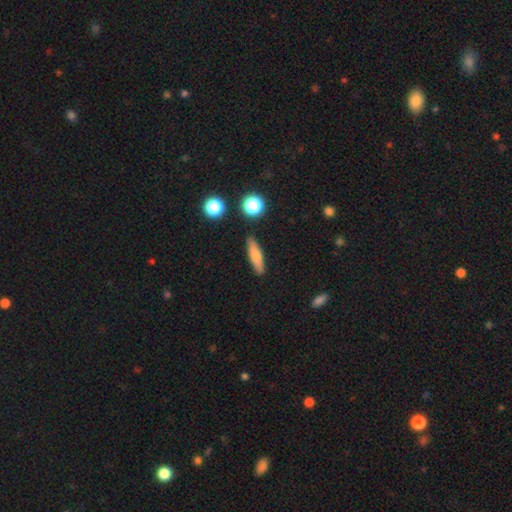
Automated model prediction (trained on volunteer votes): Smooth or featured? smooth (71%)
How rounded? cigar-shaped (68%)
Merging? none (88%)